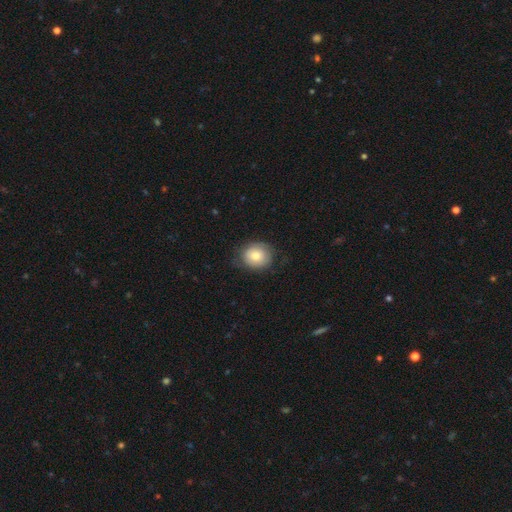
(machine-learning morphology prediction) smooth 74%, featured or disk 18%, star or artifact 8%. Down the decision tree: how rounded — round (68%); merging — none (72%).